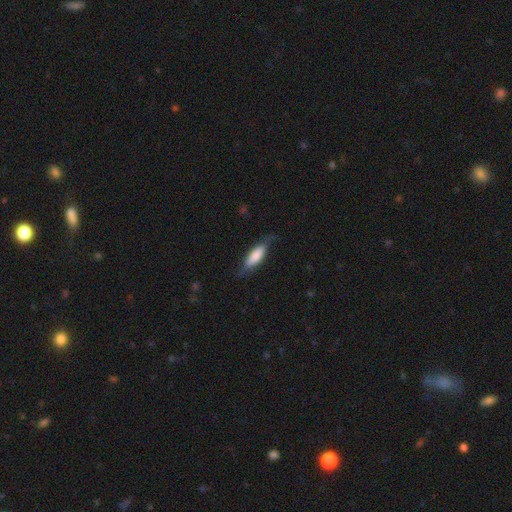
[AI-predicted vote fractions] Smooth or featured?
  - smooth: 71% *
  - featured or disk: 23%
  - star or artifact: 6%
How rounded?
  - in between: 60% *
  - cigar-shaped: 38%
  - round: 2%
Merging?
  - none: 67% *
  - minor disturbance: 24%
  - major disturbance: 8%
  - merger: 1%